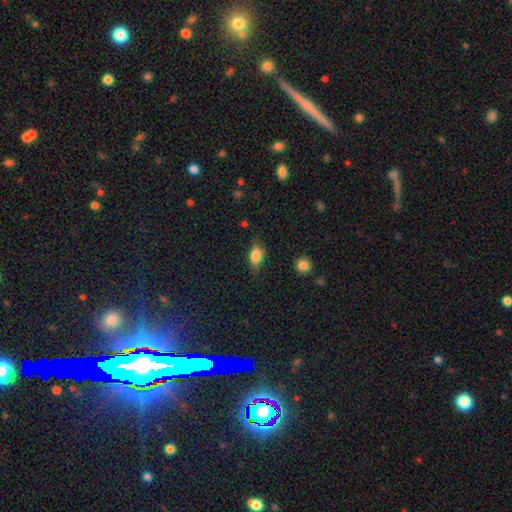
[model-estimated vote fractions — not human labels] This appears to be a smooth galaxy with no disk features (82%) that is in between round and cigar-shaped (84%). Merging: none (74%).